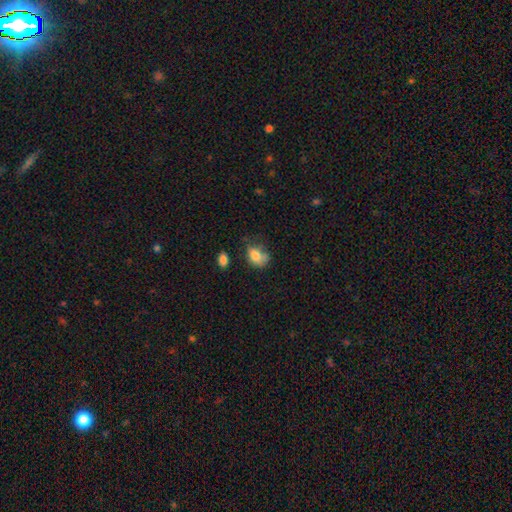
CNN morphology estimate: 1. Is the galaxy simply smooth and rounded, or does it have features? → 78% smooth, 13% featured or disk, 9% star or artifact.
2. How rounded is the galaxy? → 71% in between, 28% round, 1% cigar-shaped.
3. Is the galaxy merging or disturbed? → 44% none, 35% minor disturbance, 15% major disturbance, 6% merger.